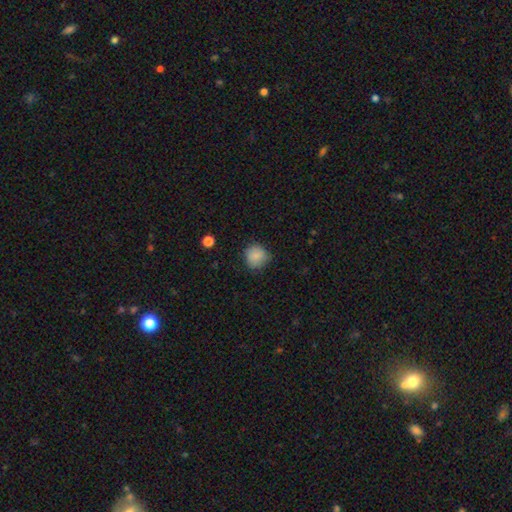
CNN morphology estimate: Smooth or featured? smooth (84%)
How rounded? round (88%)
Merging? none (72%)